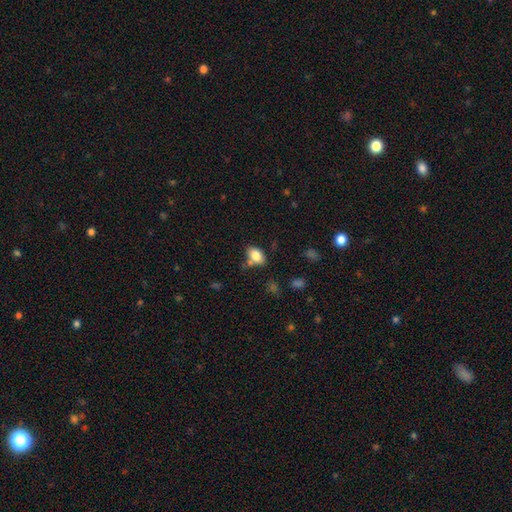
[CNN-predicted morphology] A smooth galaxy with no disk features (82%) that is in between round and cigar-shaped (88%). Merging: none (67%).